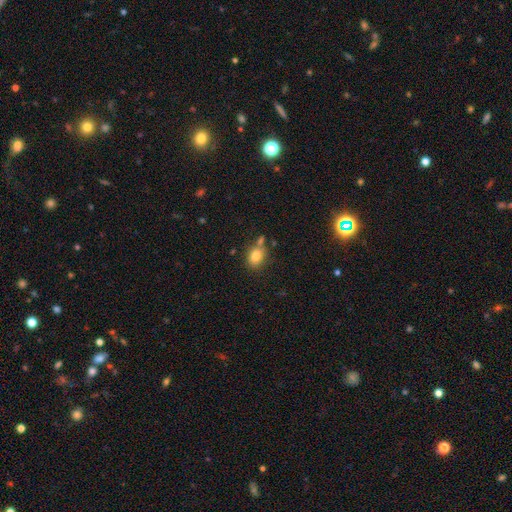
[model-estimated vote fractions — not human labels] Q: Smooth or featured?
A: smooth (82%); runner-up: star or artifact (10%)
Q: How rounded?
A: in between (62%); runner-up: round (37%)
Q: Merging?
A: none (65%); runner-up: merger (15%)